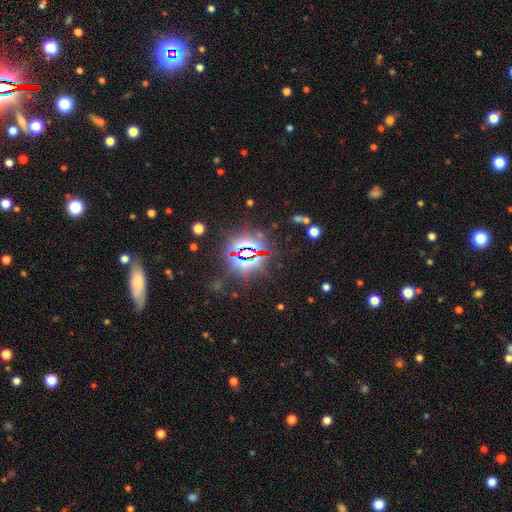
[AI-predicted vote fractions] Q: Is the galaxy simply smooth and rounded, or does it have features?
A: star or artifact — 82%.